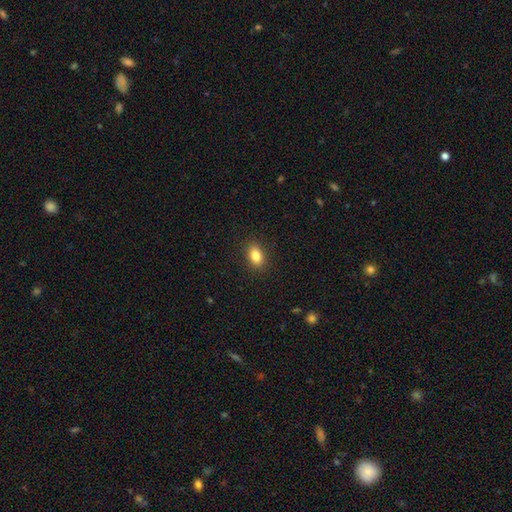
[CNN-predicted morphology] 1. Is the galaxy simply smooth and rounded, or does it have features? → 84% smooth, 9% star or artifact, 7% featured or disk.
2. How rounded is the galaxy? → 84% in between, 14% round, 2% cigar-shaped.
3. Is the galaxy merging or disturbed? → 89% none, 8% minor disturbance, 2% major disturbance, 1% merger.